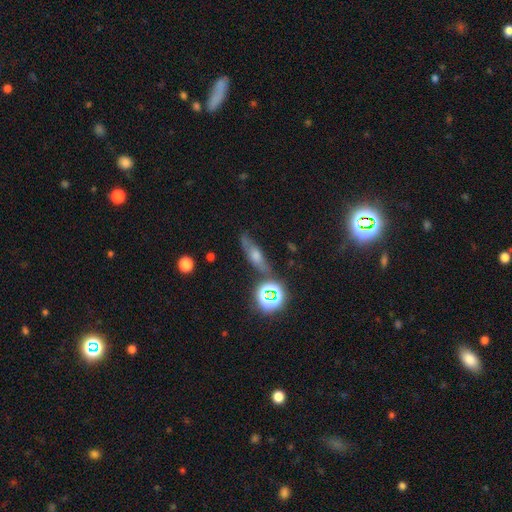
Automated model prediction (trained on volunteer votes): Overall: featured or disk (41%; smooth 30%). Merging: none (73%).